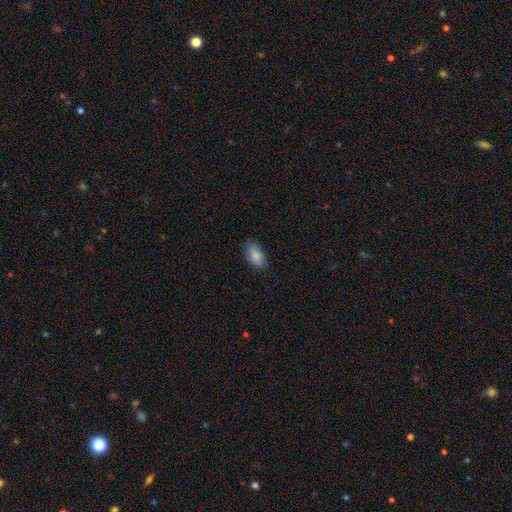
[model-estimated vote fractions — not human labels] This is clearly a smooth galaxy (87%). How rounded: clearly in between (93%). Merging: likely none (79%).